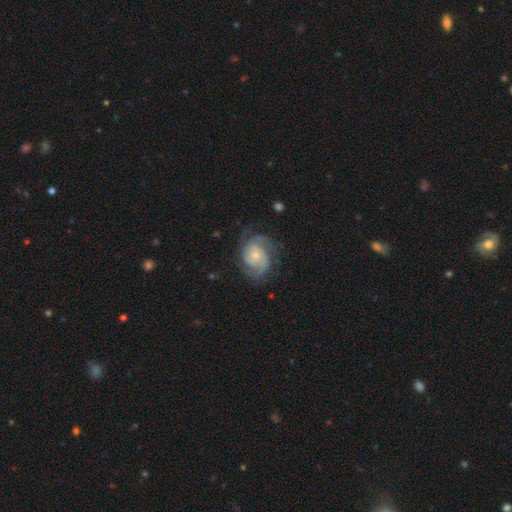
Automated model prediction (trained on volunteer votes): A featured or disk galaxy (80%) with no bar (74%), 2 (46%) tight (47%) spiral arms (94%) and a small central bulge (58%). Merging: none (65%).